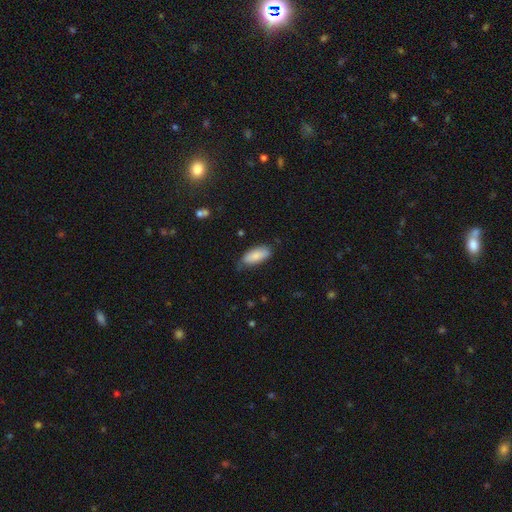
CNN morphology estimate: Smooth or featured: smooth — 85% (featured or disk — 9%)
How rounded: in between — 84% (cigar-shaped — 14%)
Merging: none — 68% (minor disturbance — 26%)